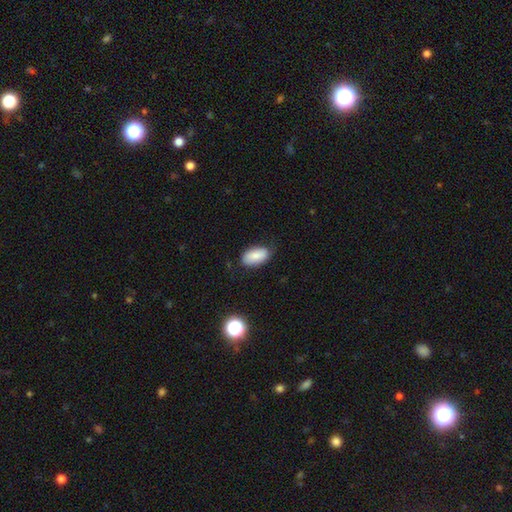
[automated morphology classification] Overall: smooth (82%). How rounded: in between (94%). Merging: none (75%).